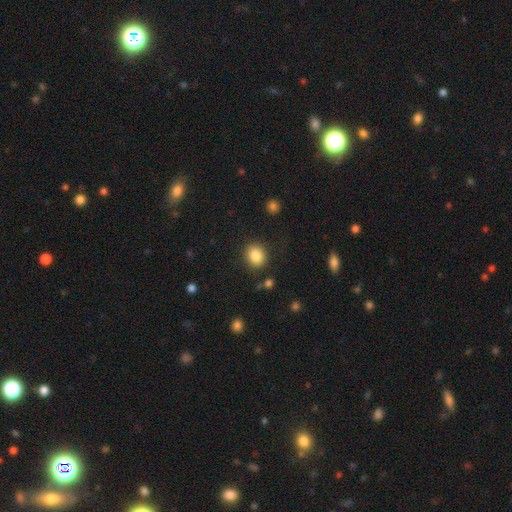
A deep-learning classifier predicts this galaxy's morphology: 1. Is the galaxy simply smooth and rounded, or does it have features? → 86% smooth, 9% star or artifact, 5% featured or disk.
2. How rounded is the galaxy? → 69% round, 30% in between, 1% cigar-shaped.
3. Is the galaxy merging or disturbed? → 86% none, 9% minor disturbance, 3% major disturbance, 2% merger.